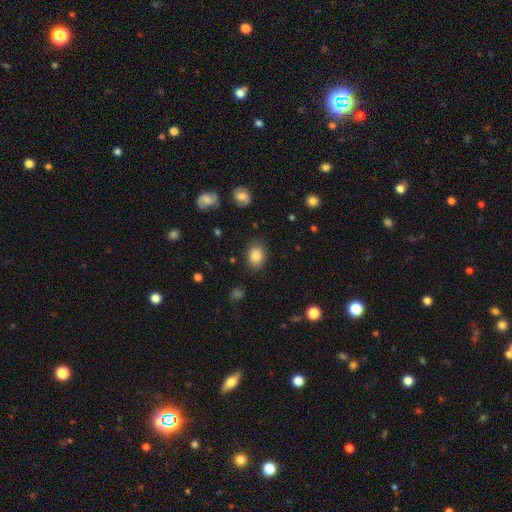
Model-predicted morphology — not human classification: Smooth or featured? Predicted: smooth (p=0.84). How rounded? Predicted: in between (p=0.64). Merging? Predicted: none (p=0.84).